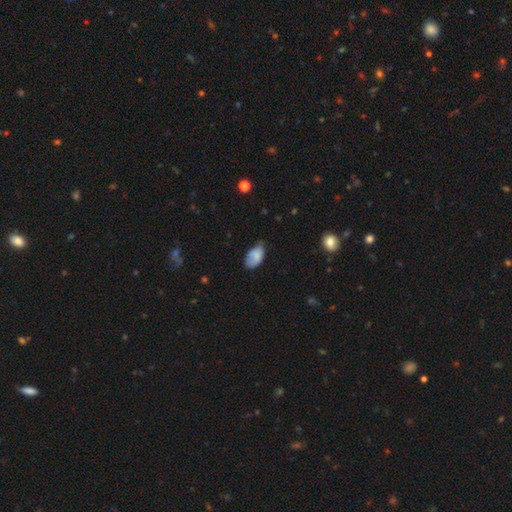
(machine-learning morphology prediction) A smooth galaxy with no disk features (79%) that is in between round and cigar-shaped (93%). Merging: none (49%).